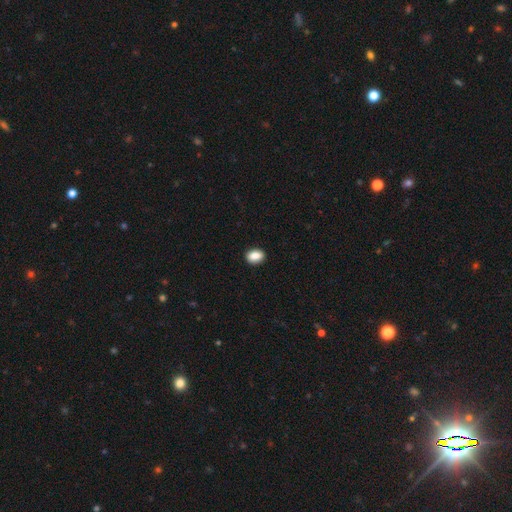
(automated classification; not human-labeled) A smooth galaxy with no disk features (88%) that is in between round and cigar-shaped (77%).

Vote fractions:
- Smooth or featured? smooth: 88% / star or artifact: 8% / featured or disk: 4%
- How rounded? in between: 77% / round: 21% / cigar-shaped: 2%
- Merging? none: 89% / minor disturbance: 8% / major disturbance: 2% / merger: 1%